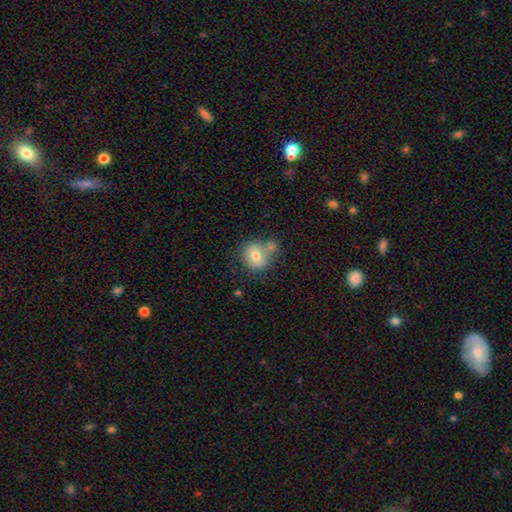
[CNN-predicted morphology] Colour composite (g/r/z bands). It shows a smooth galaxy with no disk features (70%) that is round (77%). Merging: none (48%).